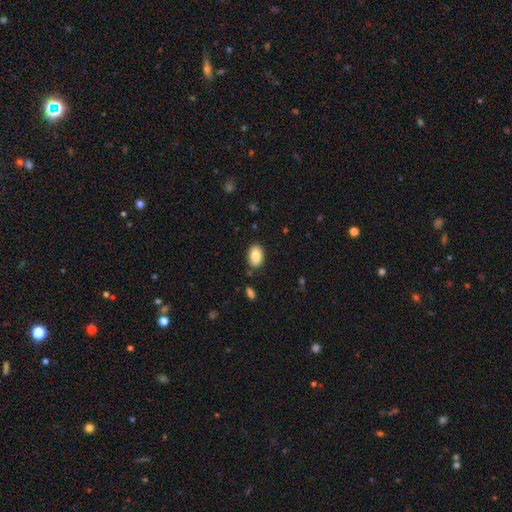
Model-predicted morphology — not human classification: A smooth galaxy with no disk features (87%) that is in between round and cigar-shaped (91%). Merging: none (82%).